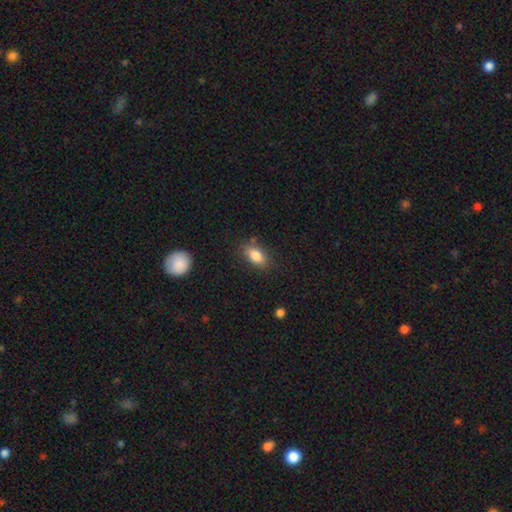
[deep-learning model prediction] Overall: smooth (84%). How rounded: in between (87%). Merging: none (80%).